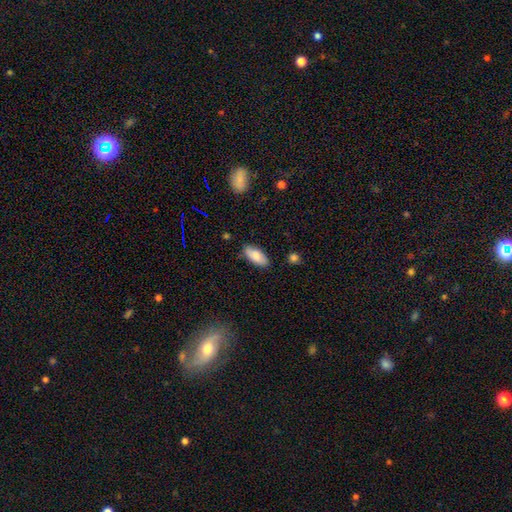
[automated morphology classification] smooth_or_featured: smooth (p=0.83) [alt: featured or disk p=0.11]
how_rounded: in between (p=0.88) [alt: cigar-shaped p=0.10]
merging: none (p=0.82) [alt: minor disturbance p=0.14]